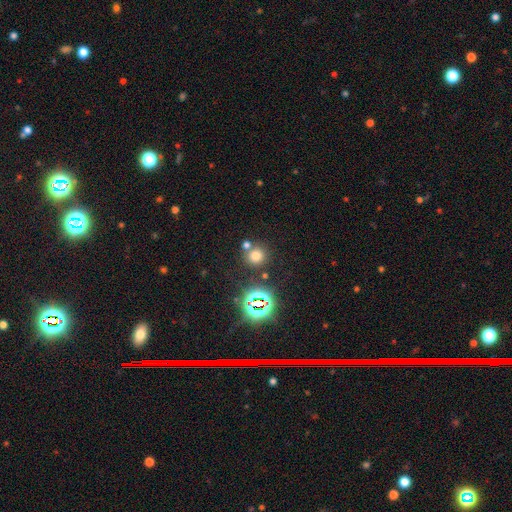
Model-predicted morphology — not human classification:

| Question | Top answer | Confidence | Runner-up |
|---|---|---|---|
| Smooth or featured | smooth | 67% | star or artifact (25%) |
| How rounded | round | 90% | in between (9%) |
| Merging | none | 70% | merger (18%) |